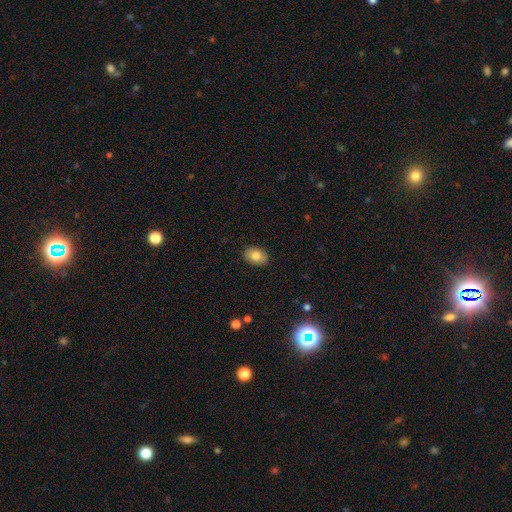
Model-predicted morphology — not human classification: Smooth or featured: smooth — 82% (featured or disk — 10%)
How rounded: in between — 79% (round — 20%)
Merging: none — 89% (minor disturbance — 8%)